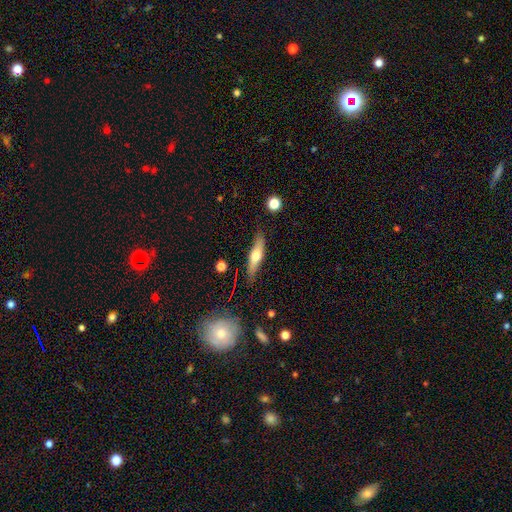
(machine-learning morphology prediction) The model was most divided on "smooth or featured": smooth: 50%, featured or disk: 44%, star or artifact: 6%. More confident: merging — none (81%); how rounded — cigar-shaped (70%).